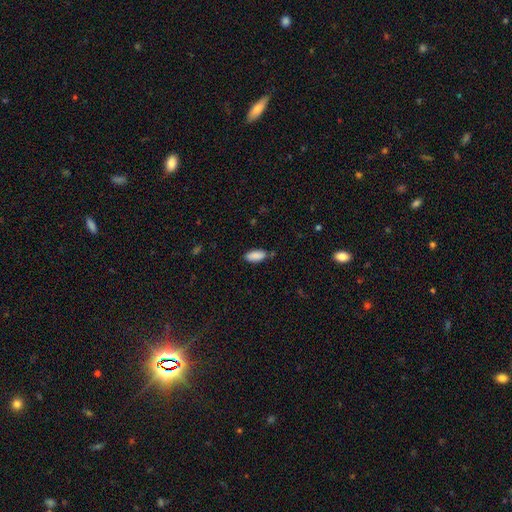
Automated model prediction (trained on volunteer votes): This appears to be a smooth galaxy with no disk features (89%) that is in between round and cigar-shaped (84%). Merging: none (77%).